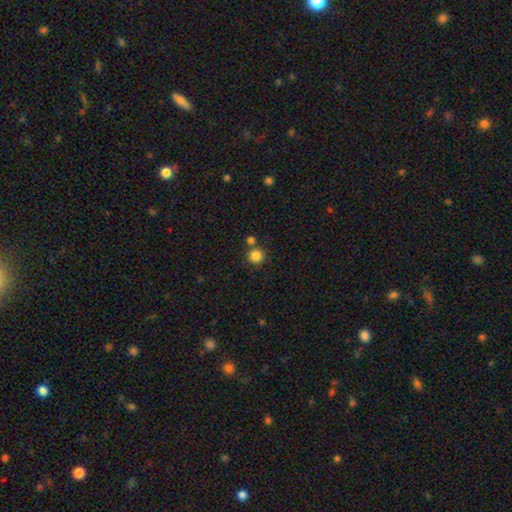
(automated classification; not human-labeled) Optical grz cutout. It shows a smooth galaxy with no disk features (84%) that is round (94%). Merging: none (77%).